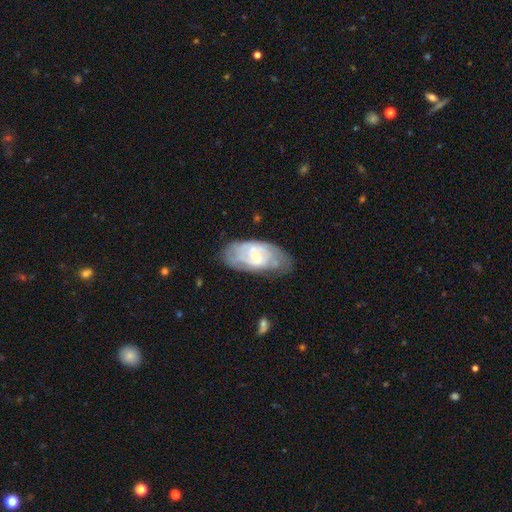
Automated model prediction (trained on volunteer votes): A featured or disk galaxy (71%) with no bar (59%), tight (61%) spiral arms (81%) and a small central bulge (61%).

Vote fractions:
- Smooth or featured? featured or disk: 71% / smooth: 23% / star or artifact: 6%
- Edge-on disk? no: 94% / yes: 6%
- Bar? no: 59% / weak: 35% / strong: 7%
- Spiral arms? yes: 81% / no: 19%
- Spiral winding? tight: 61% / medium: 30% / loose: 9%
- Spiral arm count? can't tell: 51% / 2: 29% / 3: 9% / 4: 4% / 1: 4% / more than 4: 3%
- Bulge size? small: 61% / moderate: 34% / large: 2% / none: 2% / dominant: 1%
- Merging? none: 64% / minor disturbance: 25% / major disturbance: 9% / merger: 2%